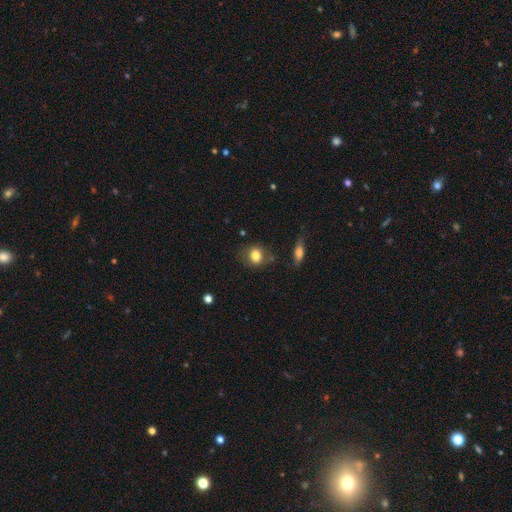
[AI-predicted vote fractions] A smooth galaxy with no disk features (80%) that is round (58%). Merging: none (70%).